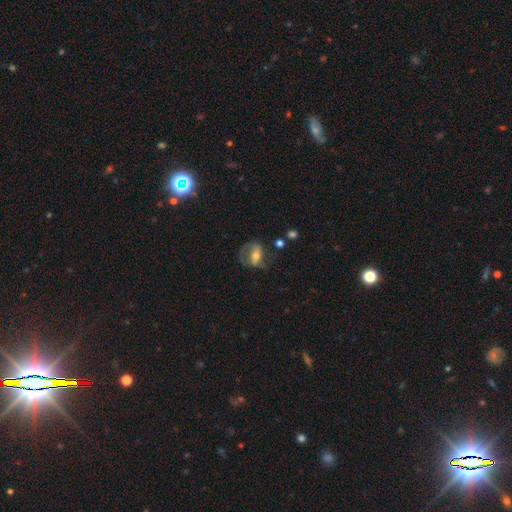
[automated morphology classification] type=featured or disk (59%); edge-on=no (93%); bar=strong (41%); spiral arms=yes (69%); bulge=moderate (61%); merging=none (52%).